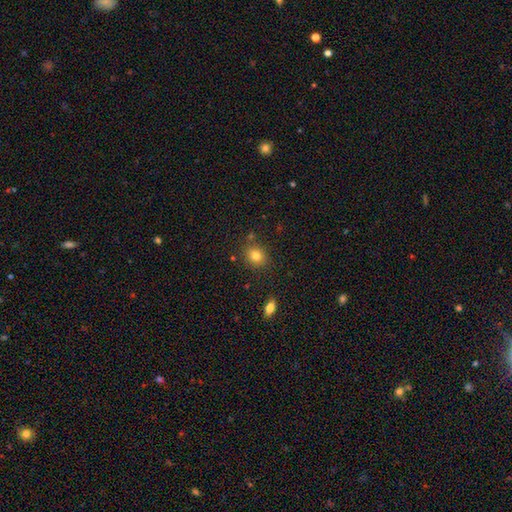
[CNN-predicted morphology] Q: Smooth or featured?
A: smooth (82%); runner-up: star or artifact (11%)
Q: How rounded?
A: round (71%); runner-up: in between (28%)
Q: Merging?
A: none (82%); runner-up: minor disturbance (11%)